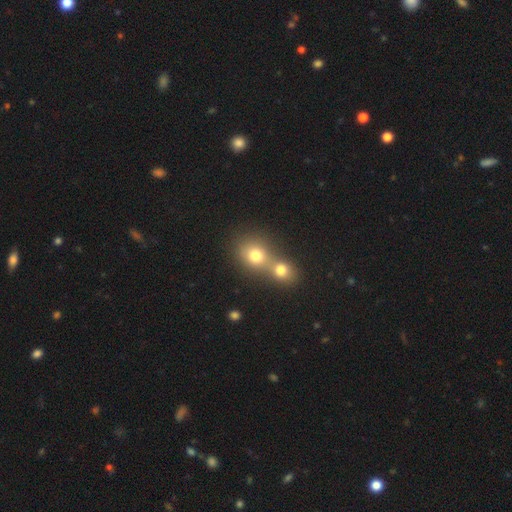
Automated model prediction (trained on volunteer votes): Smooth or featured?
  - smooth: 74% *
  - star or artifact: 14%
  - featured or disk: 12%
How rounded?
  - round: 72% *
  - in between: 27%
  - cigar-shaped: 1%
Merging?
  - merger: 64% *
  - none: 28%
  - minor disturbance: 5%
  - major disturbance: 3%